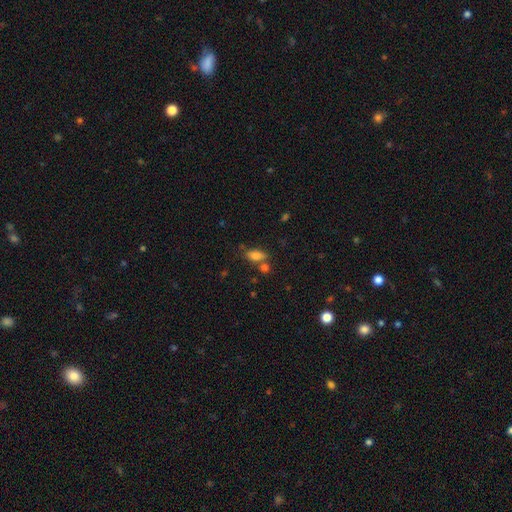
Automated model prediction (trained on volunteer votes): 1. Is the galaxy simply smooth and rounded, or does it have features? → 81% smooth, 10% star or artifact, 9% featured or disk.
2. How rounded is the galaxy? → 84% in between, 11% cigar-shaped, 6% round.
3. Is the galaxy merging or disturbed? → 58% none, 22% merger, 15% minor disturbance, 5% major disturbance.